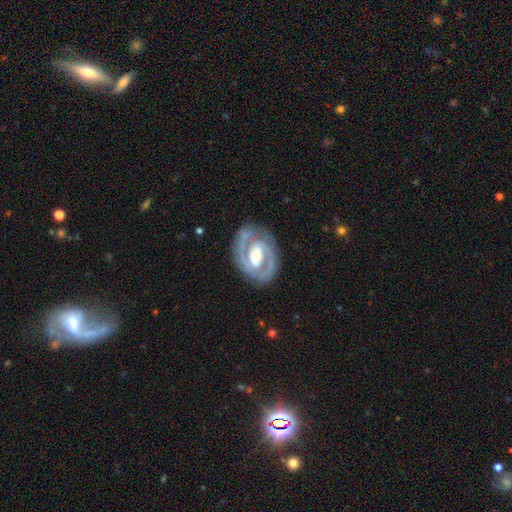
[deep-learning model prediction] This appears to be a featured or disk galaxy (88%) with a weak bar (37%), 2 (87%) tight (53%) spiral arms (92%) and a moderate central bulge (57%). Merging: none (81%).